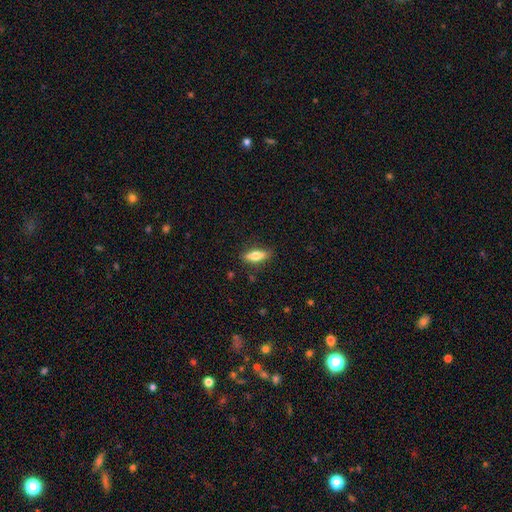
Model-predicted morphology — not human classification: This appears to be a smooth galaxy with no disk features (72%) that is in between round and cigar-shaped (61%). Merging: none (84%).